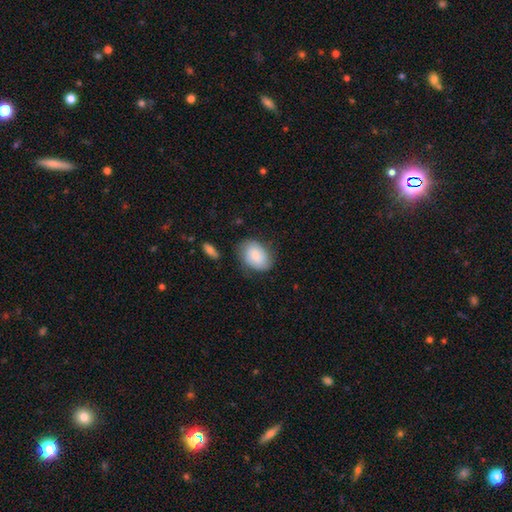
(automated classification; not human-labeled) Smooth or featured: smooth — 71% (featured or disk — 22%)
How rounded: in between — 77% (round — 21%)
Merging: none — 73% (minor disturbance — 20%)